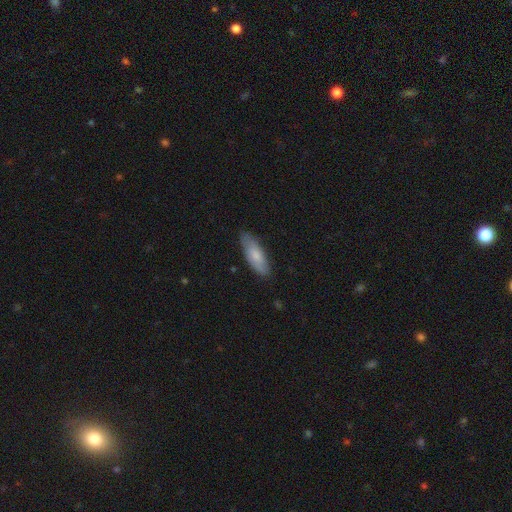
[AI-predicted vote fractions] Smooth or featured? Predicted: smooth (p=0.74). How rounded? Predicted: in between (p=0.64). Merging? Predicted: none (p=0.81).